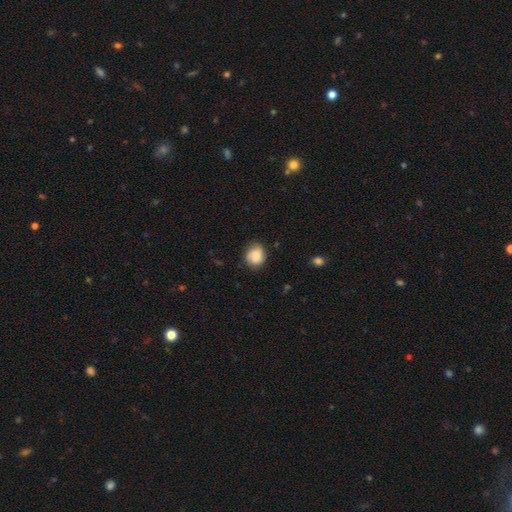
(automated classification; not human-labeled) Morphology: type=smooth (74%); roundness=round (69%); merging=none (73%).